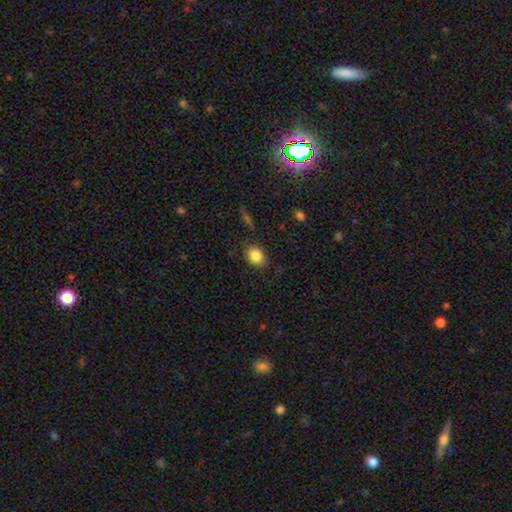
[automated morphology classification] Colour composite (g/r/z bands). It shows a smooth galaxy with no disk features (85%) that is in between round and cigar-shaped (56%). Merging: none (84%).